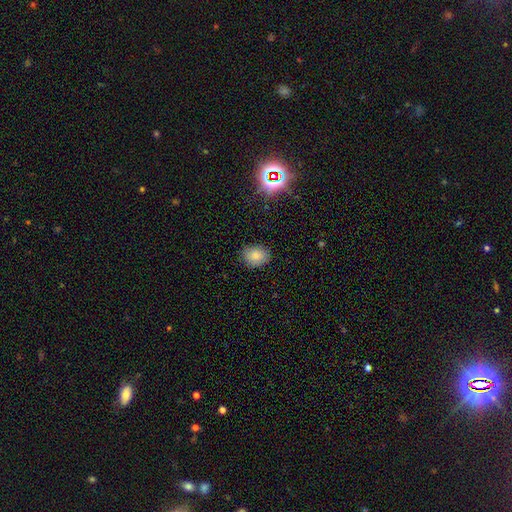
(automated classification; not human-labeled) This is likely a smooth galaxy (79%). How rounded: possibly round (60%). Merging: clearly none (84%).